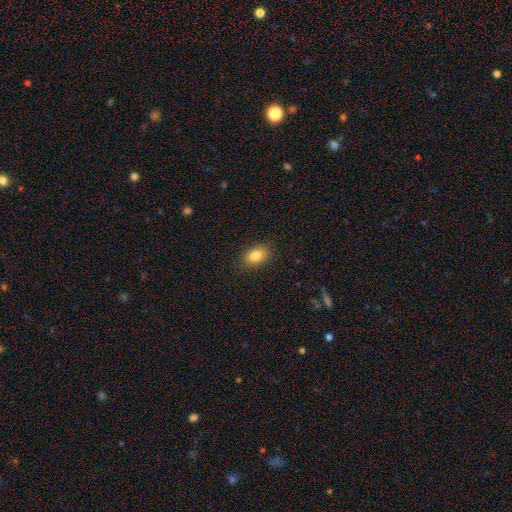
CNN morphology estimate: Q: Smooth or featured?
A: smooth (83%); runner-up: star or artifact (9%)
Q: How rounded?
A: in between (81%); runner-up: round (17%)
Q: Merging?
A: none (87%); runner-up: minor disturbance (9%)